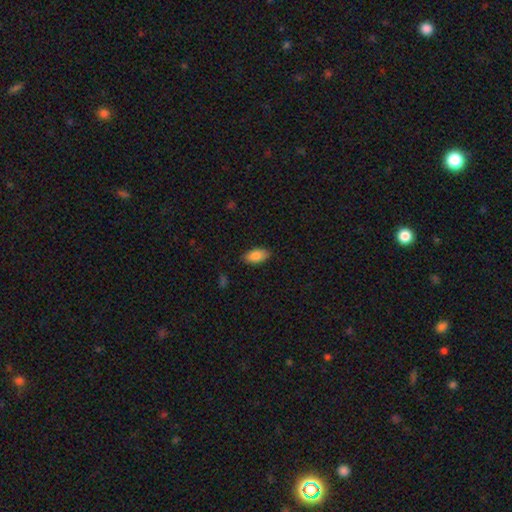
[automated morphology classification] A smooth galaxy with no disk features (86%) that is in between round and cigar-shaped (92%). Merging: none (86%).